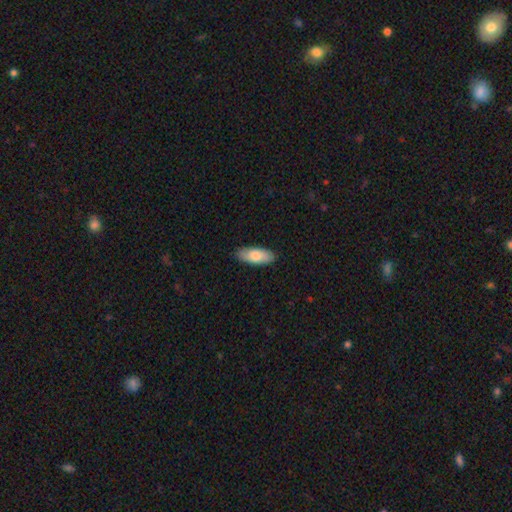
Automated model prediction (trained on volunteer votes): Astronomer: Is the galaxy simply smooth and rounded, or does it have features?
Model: smooth — 79%.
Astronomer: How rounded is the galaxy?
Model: in between — 81%.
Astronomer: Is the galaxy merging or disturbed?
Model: none — 87%.